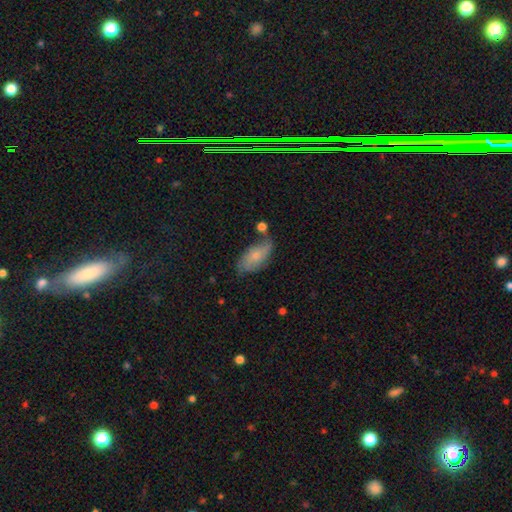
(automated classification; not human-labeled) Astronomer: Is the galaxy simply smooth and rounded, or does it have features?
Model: smooth — 52% (runner-up: featured or disk, 40%).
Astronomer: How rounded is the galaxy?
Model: in between — 90%.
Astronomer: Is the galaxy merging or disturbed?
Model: none — 52% (runner-up: minor disturbance, 28%).